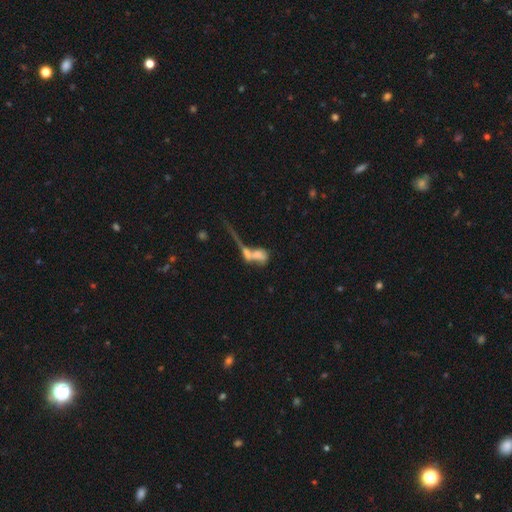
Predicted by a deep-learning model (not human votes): Overall: smooth (52%; featured or disk 35%). How rounded: in between (65%). Merging: merger (58%; major disturbance 20%).